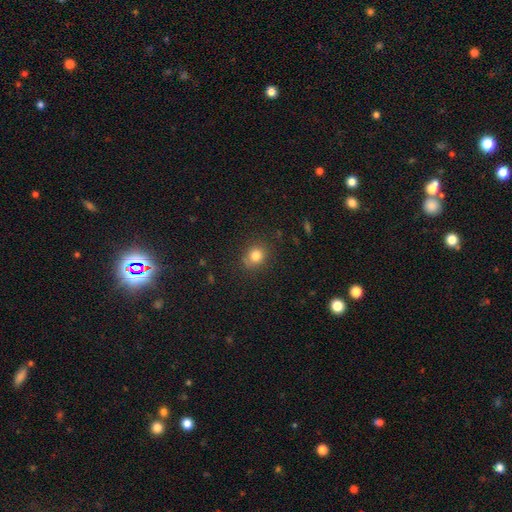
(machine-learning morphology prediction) Smooth or featured: smooth — 81% (star or artifact — 12%)
How rounded: round — 74% (in between — 25%)
Merging: none — 76% (minor disturbance — 17%)